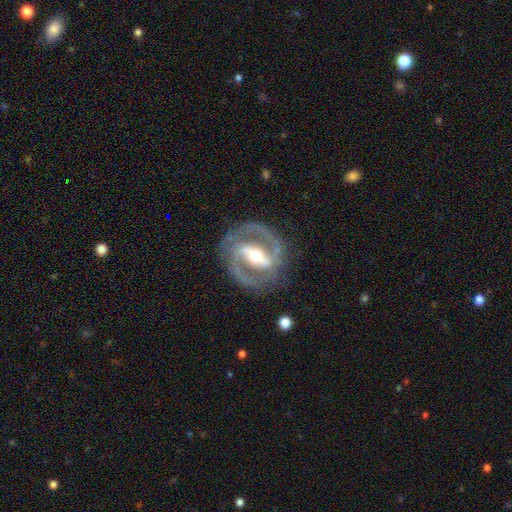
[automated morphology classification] featured or disk 89%, smooth 6%, star or artifact 5%. Down the decision tree: edge-on disk — no (96%); bar — strong (67%); spiral arms — yes (93%); spiral arm count — 2 (91%); spiral winding — medium (53%); bulge size — moderate (66%); merging — none (81%).